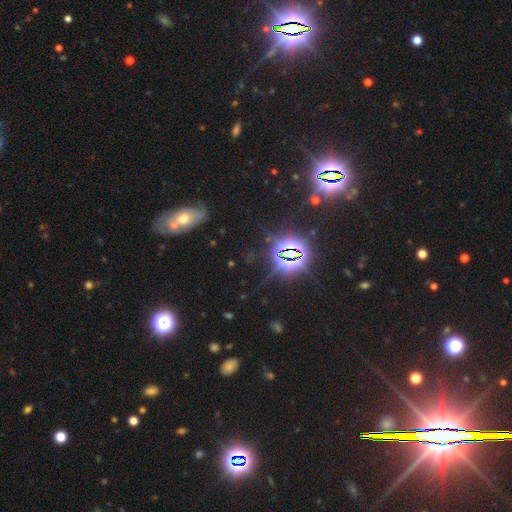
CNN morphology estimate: A star or artifact, not a galaxy (70%).

Vote fractions:
- Smooth or featured? star or artifact: 70% / smooth: 16% / featured or disk: 14%